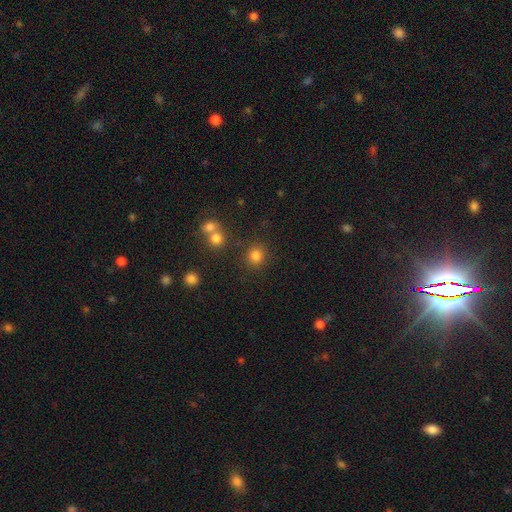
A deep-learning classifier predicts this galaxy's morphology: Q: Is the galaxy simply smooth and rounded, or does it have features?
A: smooth — 81%.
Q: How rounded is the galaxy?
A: round — 87%.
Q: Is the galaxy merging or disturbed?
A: none — 83%.